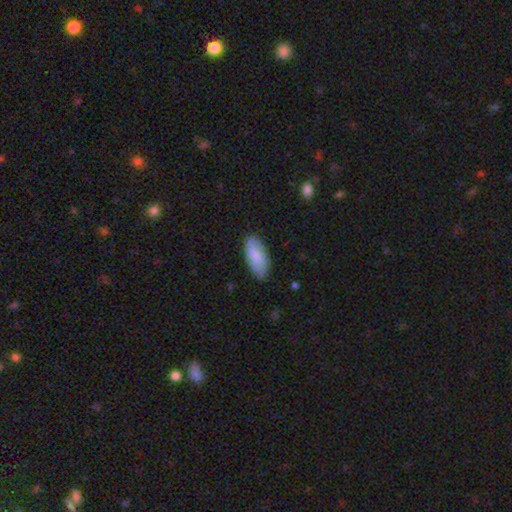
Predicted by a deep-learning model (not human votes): Smooth or featured? Predicted: smooth (p=0.79). How rounded? Predicted: in between (p=0.89). Merging? Predicted: none (p=0.78).